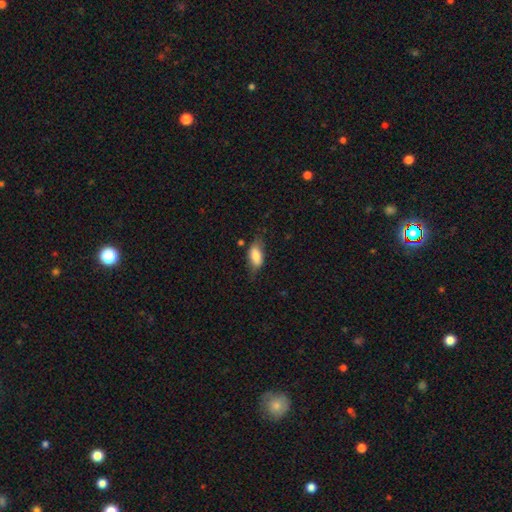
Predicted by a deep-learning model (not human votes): A smooth galaxy with no disk features (77%) that is in between round and cigar-shaped (86%). Merging: none (59%).